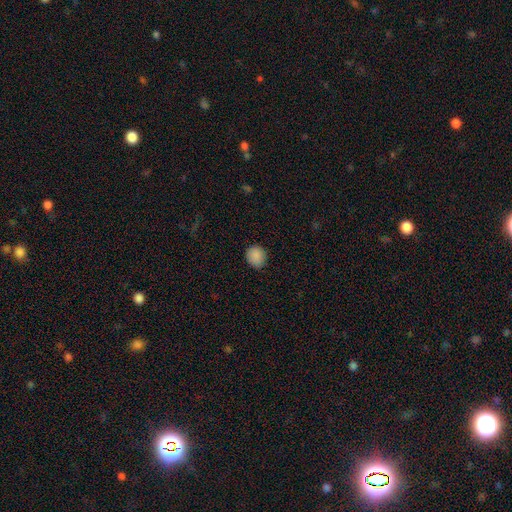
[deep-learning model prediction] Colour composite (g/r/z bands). It shows a smooth galaxy with no disk features (89%) that is round (77%). Merging: none (85%).